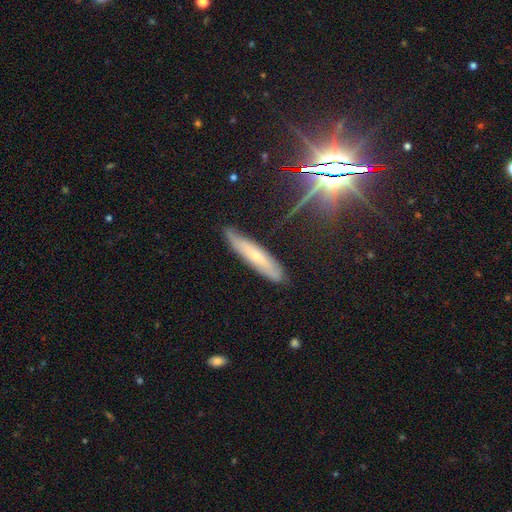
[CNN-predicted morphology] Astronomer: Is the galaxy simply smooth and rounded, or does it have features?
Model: smooth — 46% (runner-up: featured or disk, 41%).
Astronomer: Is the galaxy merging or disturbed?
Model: none — 79%.